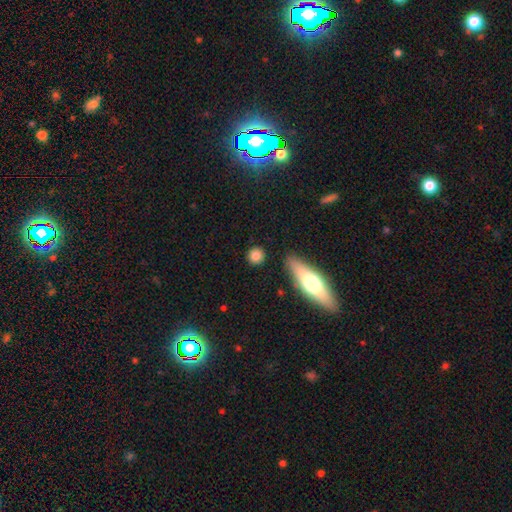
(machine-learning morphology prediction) The model was most divided on "smooth or featured": smooth: 83%, star or artifact: 9%, featured or disk: 8%. More confident: how rounded — round (88%); merging — none (86%).